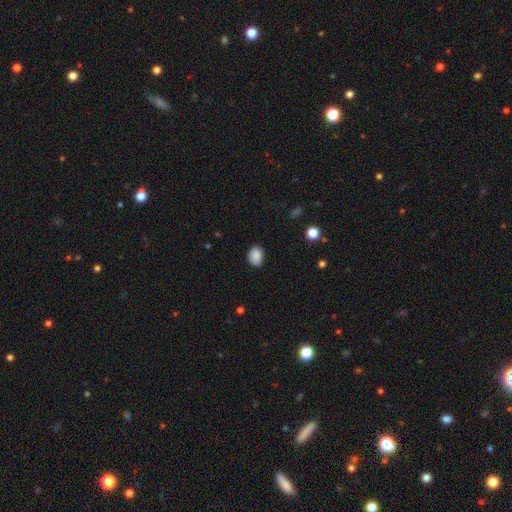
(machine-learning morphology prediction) type=smooth (88%); roundness=in between (62%); merging=none (85%).